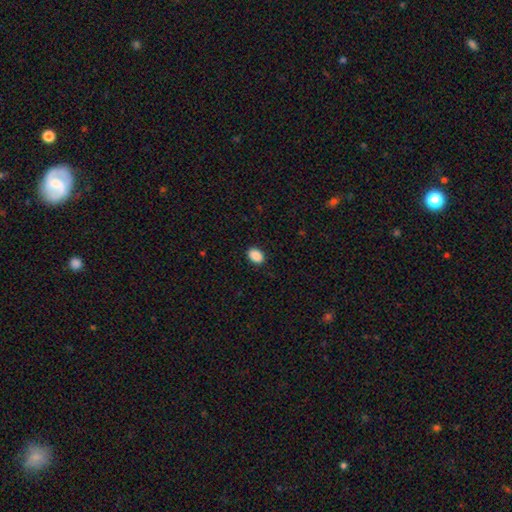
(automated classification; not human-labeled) This is clearly a smooth galaxy (90%). How rounded: clearly in between (81%). Merging: clearly none (90%).